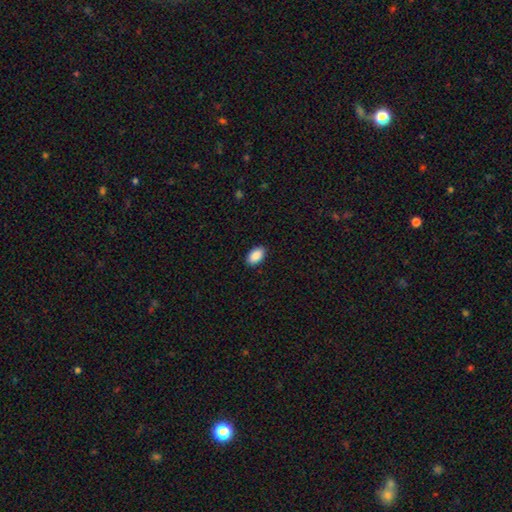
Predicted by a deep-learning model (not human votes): Smooth or featured?
  - smooth: 90% *
  - star or artifact: 7%
  - featured or disk: 3%
How rounded?
  - in between: 93% *
  - round: 6%
  - cigar-shaped: 1%
Merging?
  - none: 89% *
  - minor disturbance: 8%
  - major disturbance: 2%
  - merger: 1%